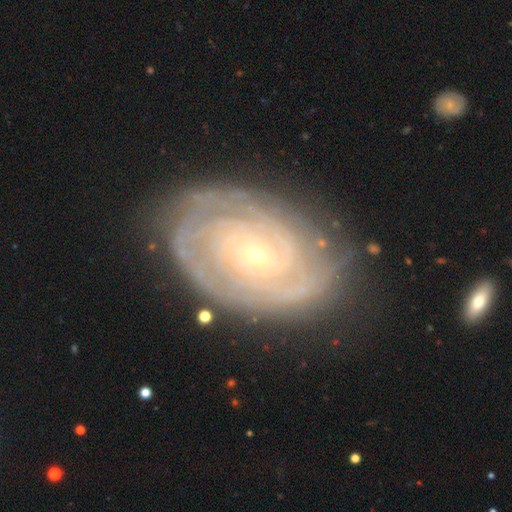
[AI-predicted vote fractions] Smooth or featured: featured or disk — 87% (smooth — 7%)
Edge-on disk: no — 96% (yes — 4%)
Bar: no — 71% (weak — 21%)
Spiral arms: yes — 96% (no — 4%)
Spiral winding: tight — 80% (medium — 16%)
Spiral arm count: can't tell — 29% (2 — 26%)
Bulge size: small — 84% (moderate — 13%)
Merging: none — 78% (minor disturbance — 16%)